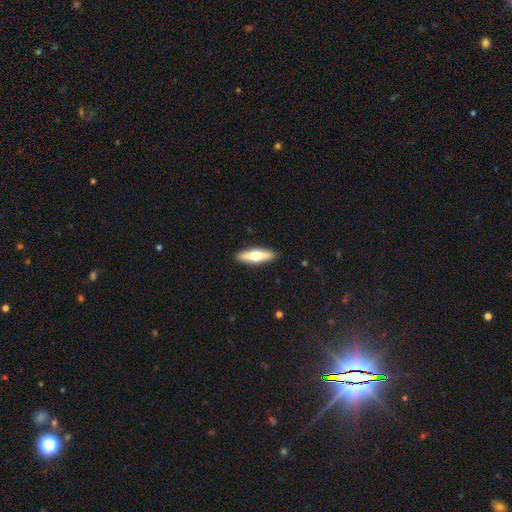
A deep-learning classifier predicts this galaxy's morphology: Q: Smooth or featured?
A: smooth (50%); runner-up: featured or disk (45%)
Q: How rounded?
A: cigar-shaped (62%); runner-up: in between (36%)
Q: Merging?
A: none (91%); runner-up: minor disturbance (7%)